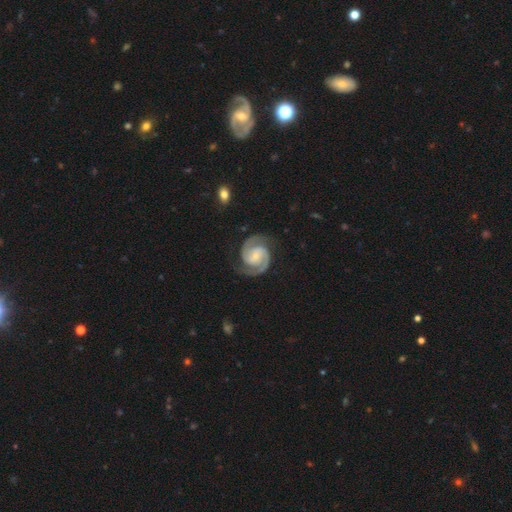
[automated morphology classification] Smooth or featured: featured or disk — 92% (star or artifact — 4%)
Edge-on disk: no — 98% (yes — 2%)
Bar: no — 46% (weak — 38%)
Spiral arms: yes — 99% (no — 1%)
Spiral winding: medium — 50% (tight — 42%)
Spiral arm count: 2 — 94% (can't tell — 2%)
Bulge size: small — 61% (moderate — 27%)
Merging: none — 82% (minor disturbance — 12%)